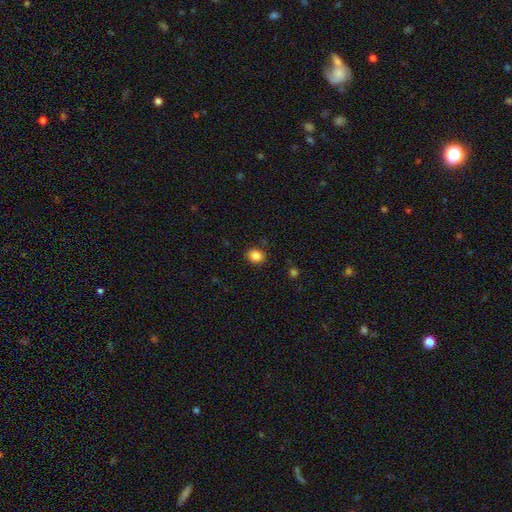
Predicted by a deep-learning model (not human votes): smooth_or_featured: smooth (p=0.85) [alt: star or artifact p=0.10]
how_rounded: round (p=0.69) [alt: in between p=0.30]
merging: none (p=0.86) [alt: minor disturbance p=0.10]